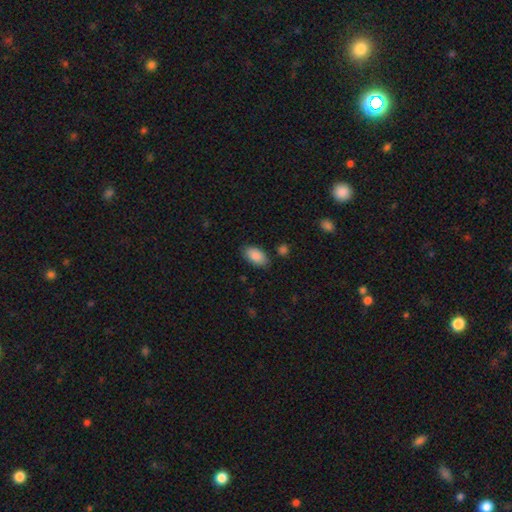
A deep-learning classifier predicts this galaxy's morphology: smooth_or_featured: smooth (p=0.88) [alt: star or artifact p=0.07]
how_rounded: in between (p=0.94) [alt: round p=0.04]
merging: none (p=0.83) [alt: minor disturbance p=0.12]